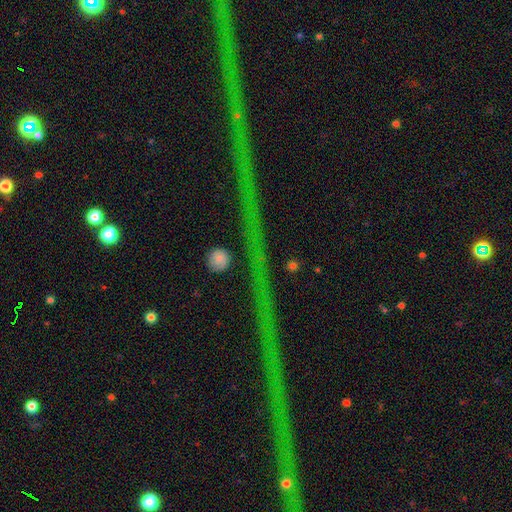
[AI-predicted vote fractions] Morphology: type=star or artifact (78%).